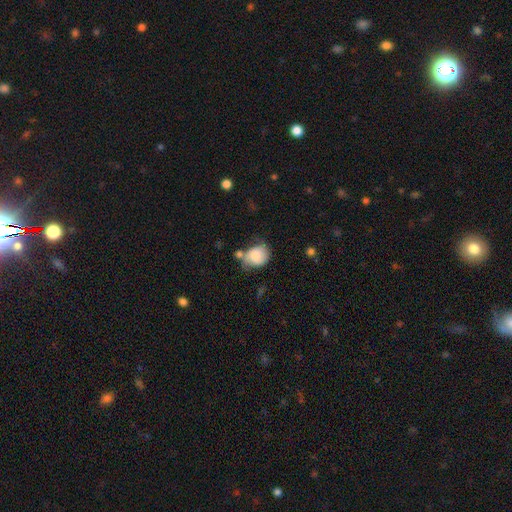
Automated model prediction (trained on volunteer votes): Smooth or featured? smooth (76%)
How rounded? round (53%)
Merging? none (39%)